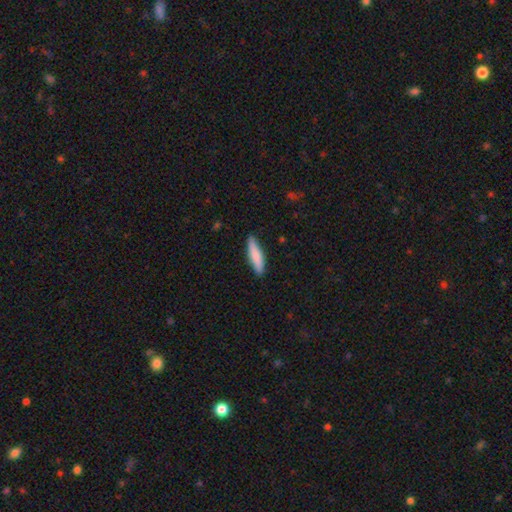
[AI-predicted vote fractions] smooth-or-featured: smooth: 79% | featured or disk: 16% | star or artifact: 5%
  how-rounded: cigar-shaped: 78% | in between: 21% | round: 1%
  merging: none: 86% | minor disturbance: 11% | major disturbance: 2% | merger: 1%